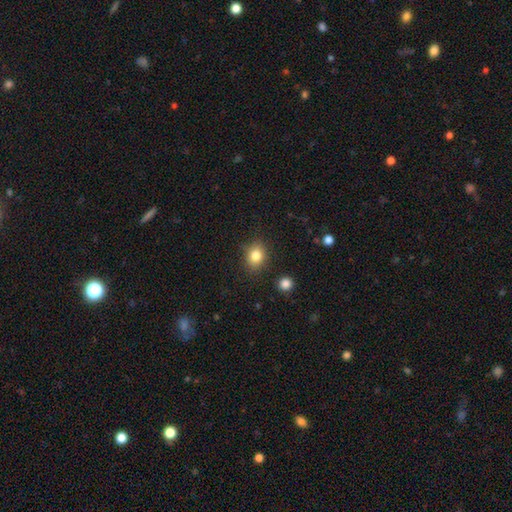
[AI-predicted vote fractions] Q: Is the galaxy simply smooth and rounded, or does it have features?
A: smooth — 82%.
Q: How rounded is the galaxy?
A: round — 55%.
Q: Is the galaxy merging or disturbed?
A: none — 83%.